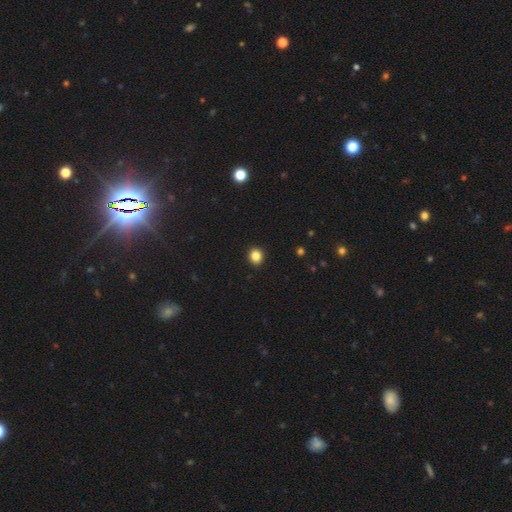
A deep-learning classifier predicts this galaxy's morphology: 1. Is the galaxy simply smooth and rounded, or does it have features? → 86% smooth, 11% star or artifact, 4% featured or disk.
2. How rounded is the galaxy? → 79% round, 20% in between, 1% cigar-shaped.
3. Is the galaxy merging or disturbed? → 92% none, 5% minor disturbance, 2% major disturbance, 1% merger.